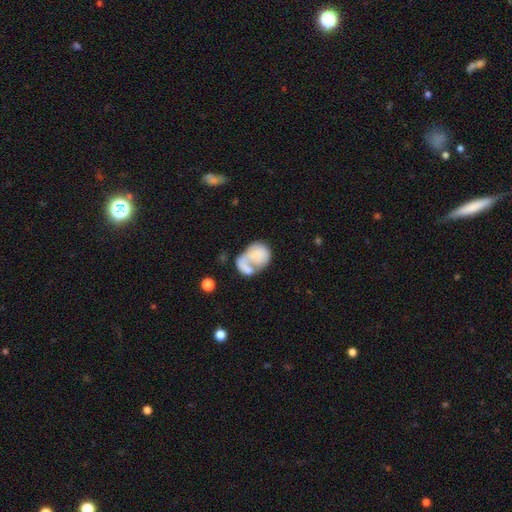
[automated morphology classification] Smooth or featured: smooth — 57% (featured or disk — 36%)
How rounded: in between — 64% (round — 35%)
Merging: merger — 50% (major disturbance — 21%)